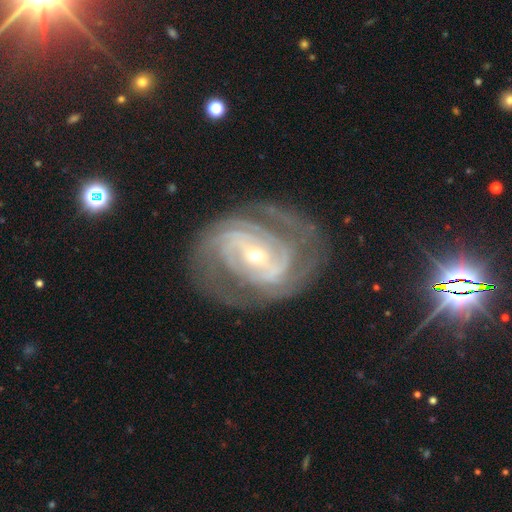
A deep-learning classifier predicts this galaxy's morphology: A featured or disk galaxy (89%) with a weak bar (37%), 2 (35%) tight (62%) spiral arms (96%) and a small central bulge (69%). Merging: none (73%).